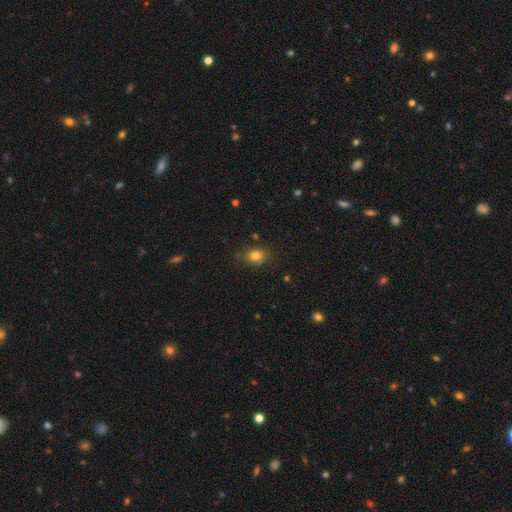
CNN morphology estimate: The model was most divided on "how rounded": in between: 52%, round: 46%, cigar-shaped: 1%. More confident: smooth or featured — smooth (79%); merging — none (77%).